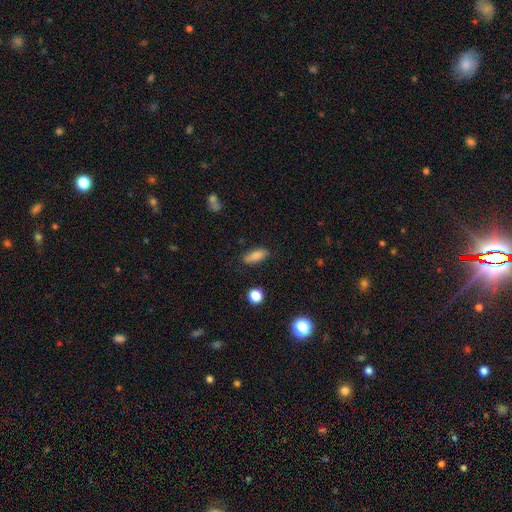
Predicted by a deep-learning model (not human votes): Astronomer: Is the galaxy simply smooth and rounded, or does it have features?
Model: smooth — 83%.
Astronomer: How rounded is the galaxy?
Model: in between — 69%.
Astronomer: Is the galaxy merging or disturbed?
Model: none — 85%.